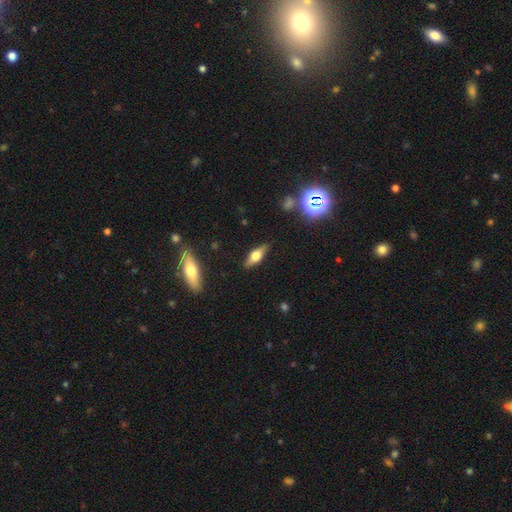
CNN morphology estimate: Smooth or featured?
  - smooth: 46% *
  - featured or disk: 45%
  - star or artifact: 9%
Merging?
  - none: 86% *
  - minor disturbance: 11%
  - major disturbance: 2%
  - merger: 1%